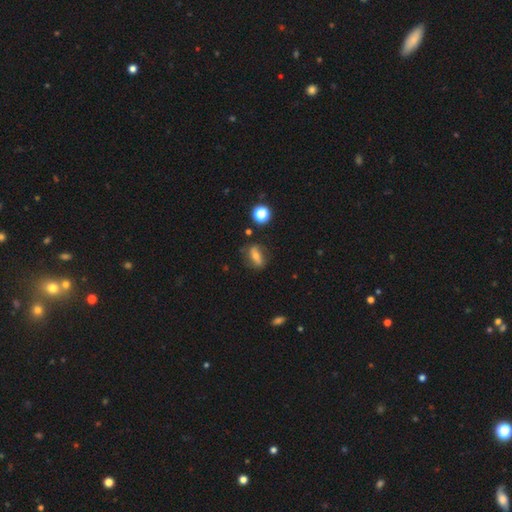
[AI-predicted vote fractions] smooth-or-featured: smooth: 49% | featured or disk: 39% | star or artifact: 12%
  merging: none: 76% | minor disturbance: 16% | major disturbance: 5% | merger: 3%